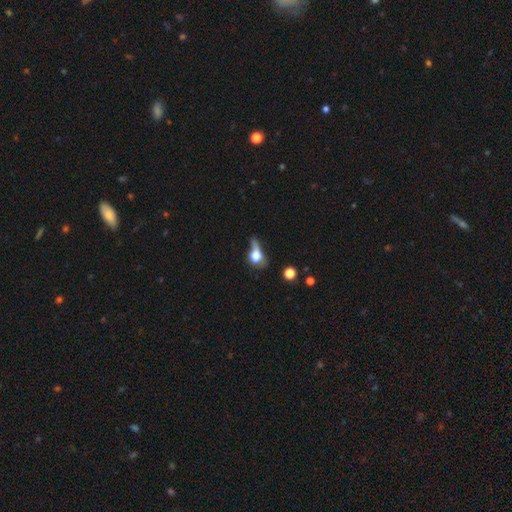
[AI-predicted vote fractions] This appears to be a smooth galaxy with no disk features (64%) that is in between round and cigar-shaped (51%). Merging: major disturbance (42%).